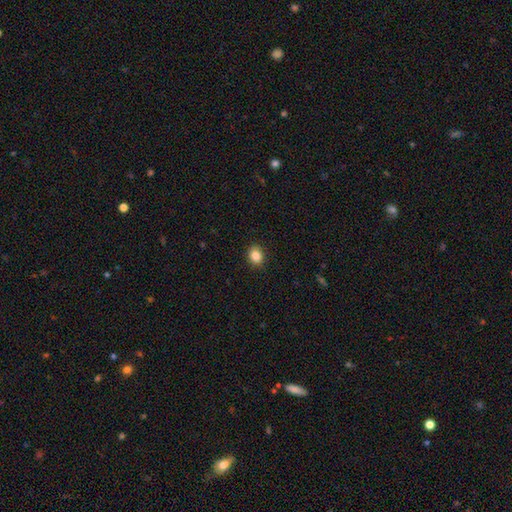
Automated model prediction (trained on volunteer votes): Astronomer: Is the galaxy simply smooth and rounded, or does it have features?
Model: smooth — 85%.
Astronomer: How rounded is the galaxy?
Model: round — 50% (runner-up: in between, 49%).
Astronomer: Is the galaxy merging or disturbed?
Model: none — 91%.